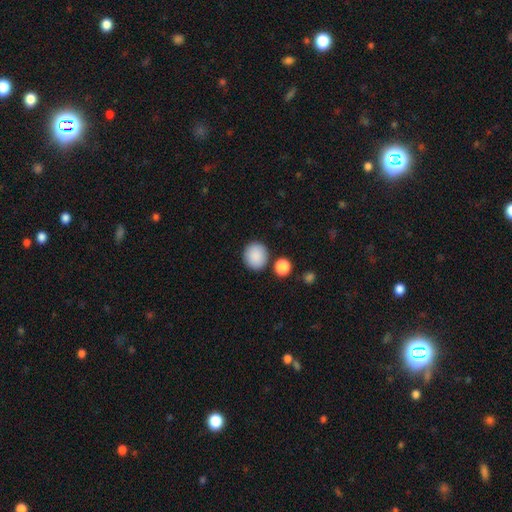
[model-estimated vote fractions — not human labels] smooth-or-featured: smooth: 89% | star or artifact: 8% | featured or disk: 4%
  how-rounded: round: 82% | in between: 17% | cigar-shaped: 1%
  merging: none: 84% | minor disturbance: 8% | merger: 5% | major disturbance: 3%